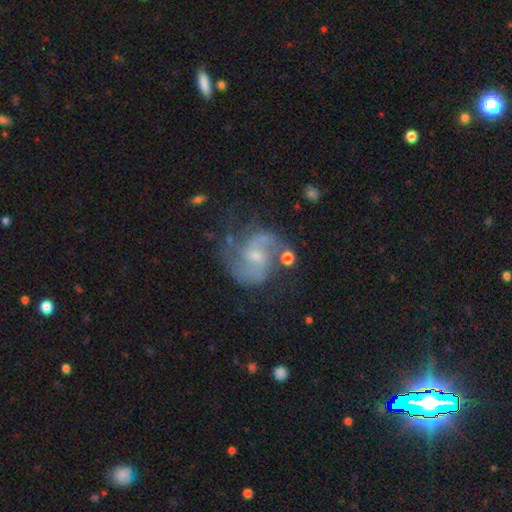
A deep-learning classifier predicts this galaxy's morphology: featured or disk 86%, star or artifact 7%, smooth 7%. Down the decision tree: edge-on disk — no (98%); bar — weak (51%); spiral arms — yes (96%); spiral arm count — 2 (88%); spiral winding — medium (57%); bulge size — small (60%); merging — none (66%).